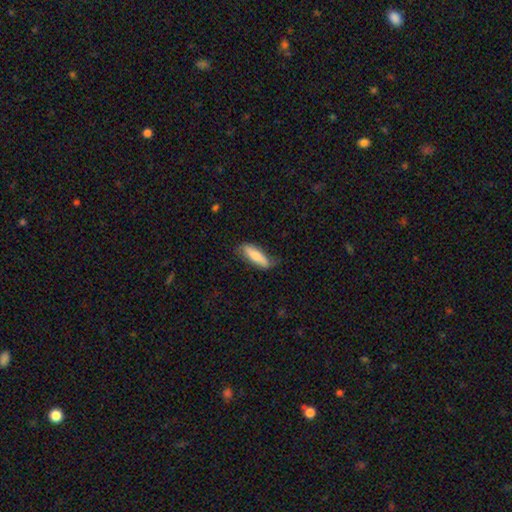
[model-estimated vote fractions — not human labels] Smooth or featured: smooth — 70% (featured or disk — 24%)
How rounded: cigar-shaped — 54% (in between — 44%)
Merging: none — 69% (minor disturbance — 24%)